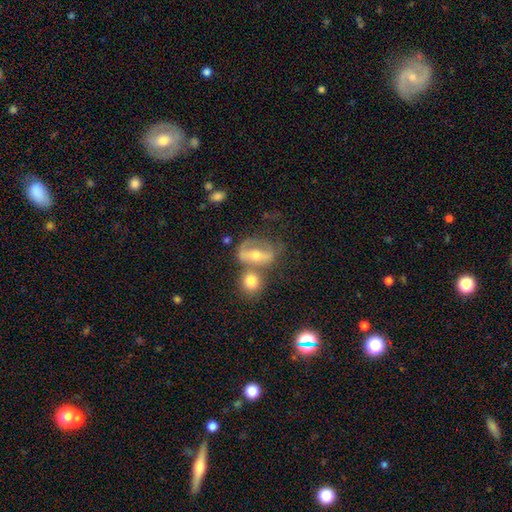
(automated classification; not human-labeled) featured or disk 58%, smooth 30%, star or artifact 11%. Down the decision tree: edge-on disk — no (89%); bar — strong (45%); spiral arms — yes (56%); bulge size — moderate (62%); merging — merger (36%, tied with none).